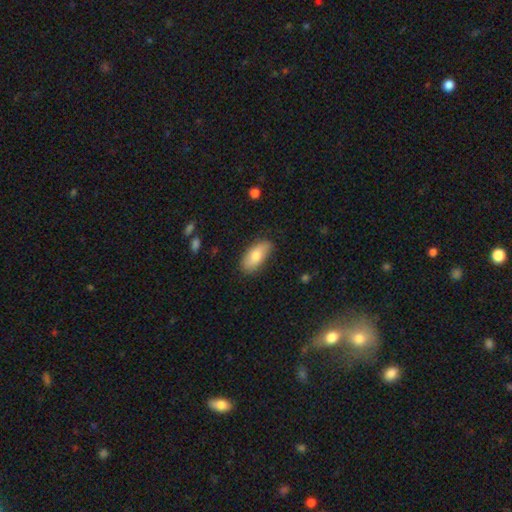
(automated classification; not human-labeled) Smooth or featured: smooth — 76% (featured or disk — 18%)
How rounded: in between — 89% (cigar-shaped — 8%)
Merging: none — 79% (minor disturbance — 17%)